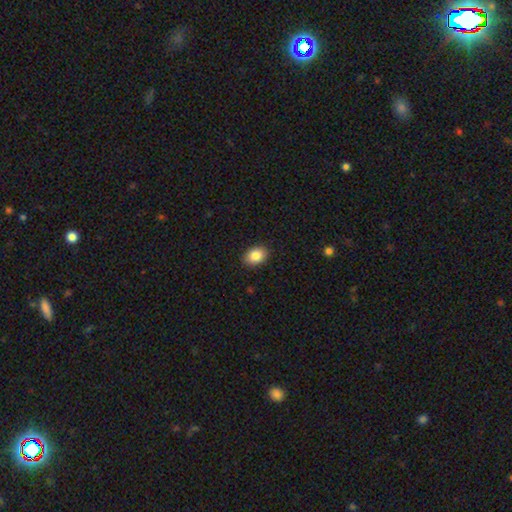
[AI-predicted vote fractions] Q: Smooth or featured?
A: smooth (86%); runner-up: star or artifact (8%)
Q: How rounded?
A: in between (78%); runner-up: round (21%)
Q: Merging?
A: none (90%); runner-up: minor disturbance (8%)